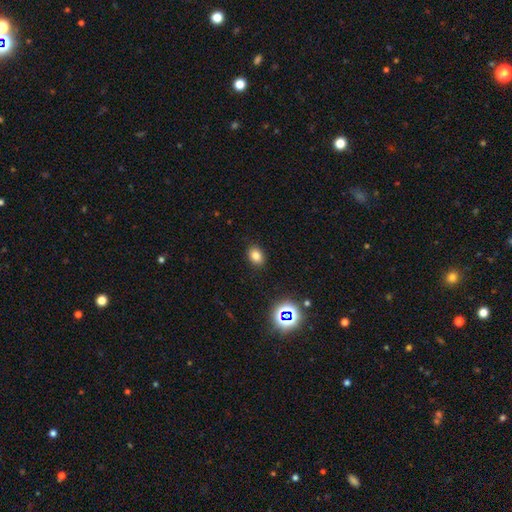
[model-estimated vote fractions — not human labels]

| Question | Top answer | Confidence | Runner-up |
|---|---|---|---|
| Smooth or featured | smooth | 79% | star or artifact (15%) |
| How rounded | in between | 67% | round (32%) |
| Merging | none | 88% | minor disturbance (8%) |